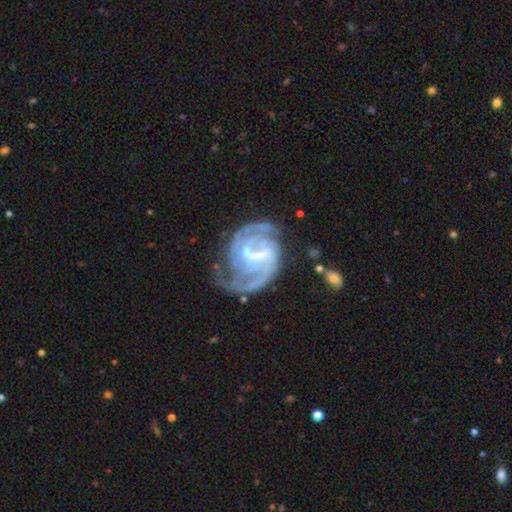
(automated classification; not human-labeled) Smooth or featured? featured or disk (89%)
Edge-on disk? no (98%)
Bar? weak (46%)
Spiral arms? yes (96%)
Spiral winding? medium (49%)
Spiral arm count? 2 (69%)
Bulge size? small (38%)
Merging? none (57%)